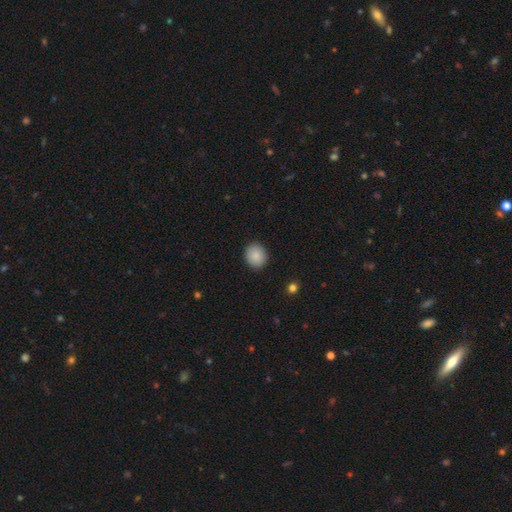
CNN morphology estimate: The model was most divided on "how rounded": round: 71%, in between: 28%, cigar-shaped: 1%. More confident: merging — none (90%); smooth or featured — smooth (89%).